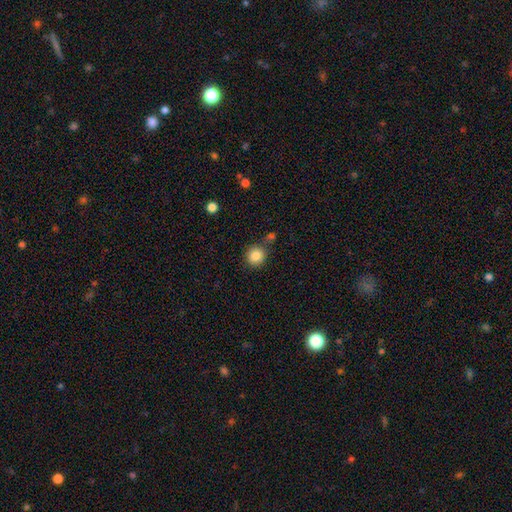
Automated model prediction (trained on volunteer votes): Morphology: type=smooth (86%); roundness=round (88%); merging=none (75%).